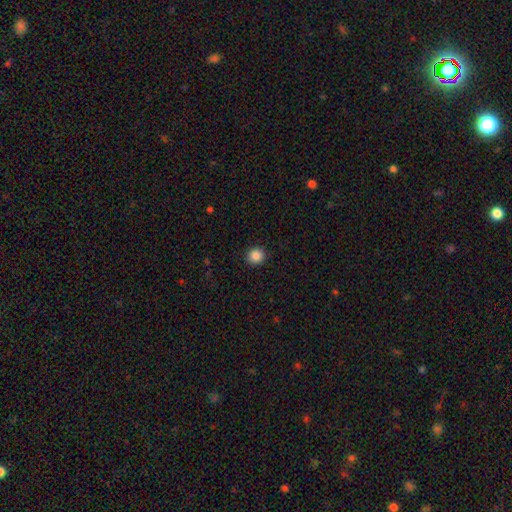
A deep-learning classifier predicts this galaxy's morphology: type=smooth (87%); roundness=round (89%); merging=none (92%).